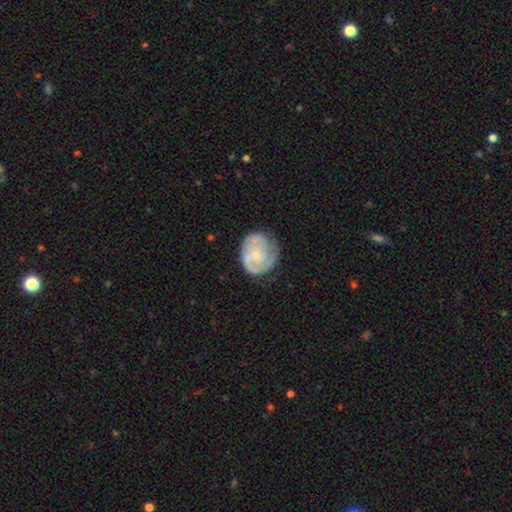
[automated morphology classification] Q: Smooth or featured?
A: featured or disk (69%); runner-up: smooth (26%)
Q: Edge-on disk?
A: no (98%); runner-up: yes (2%)
Q: Bar?
A: no (80%); runner-up: weak (17%)
Q: Spiral arms?
A: yes (79%); runner-up: no (21%)
Q: Spiral winding?
A: tight (62%); runner-up: medium (28%)
Q: Spiral arm count?
A: 2 (33%); runner-up: can't tell (32%)
Q: Bulge size?
A: small (65%); runner-up: moderate (26%)
Q: Merging?
A: none (61%); runner-up: minor disturbance (24%)